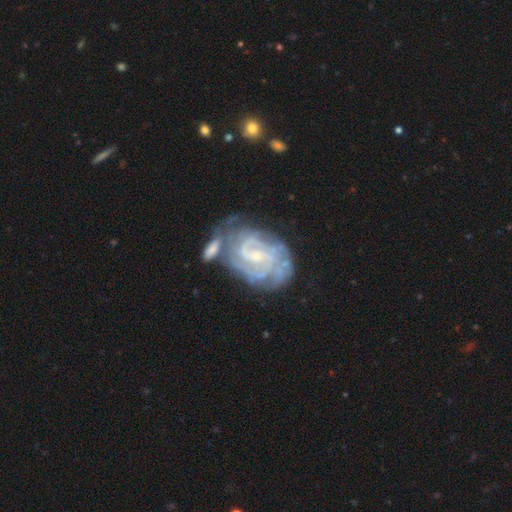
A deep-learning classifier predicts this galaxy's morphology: Smooth or featured: featured or disk — 86% (smooth — 8%)
Edge-on disk: no — 97% (yes — 3%)
Bar: weak — 47% (no — 39%)
Spiral arms: yes — 94% (no — 6%)
Spiral winding: tight — 68% (medium — 26%)
Spiral arm count: can't tell — 37% (2 — 23%)
Bulge size: small — 68% (moderate — 22%)
Merging: none — 43% (merger — 25%)